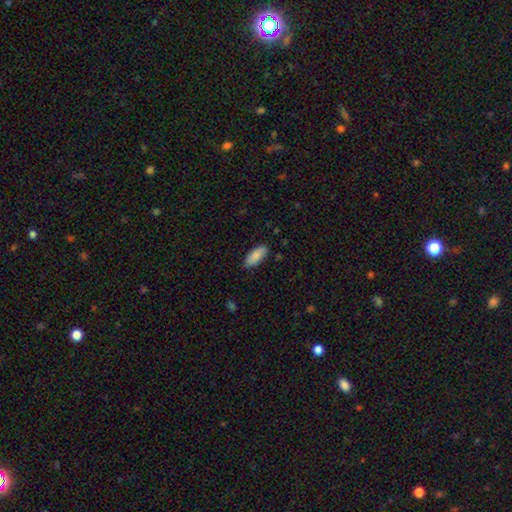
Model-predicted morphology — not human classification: smooth-or-featured: smooth: 87% | featured or disk: 7% | star or artifact: 6%
  how-rounded: in between: 82% | cigar-shaped: 16% | round: 2%
  merging: none: 84% | minor disturbance: 13% | major disturbance: 2% | merger: 1%